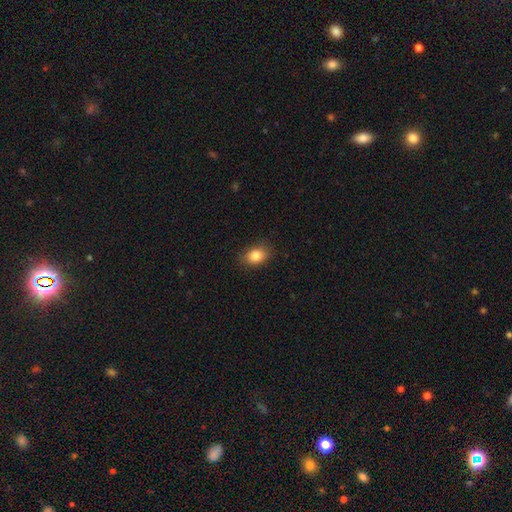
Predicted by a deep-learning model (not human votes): Q: Smooth or featured?
A: smooth (84%); runner-up: star or artifact (9%)
Q: How rounded?
A: in between (74%); runner-up: round (24%)
Q: Merging?
A: none (85%); runner-up: minor disturbance (12%)